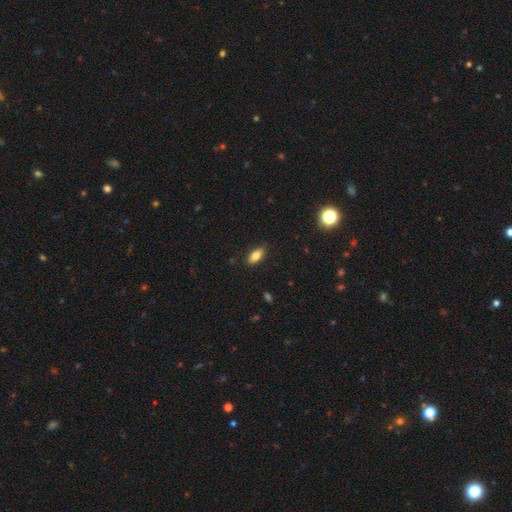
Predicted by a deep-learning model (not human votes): This appears to be a smooth galaxy with no disk features (80%) that is in between round and cigar-shaped (86%). Merging: none (85%).